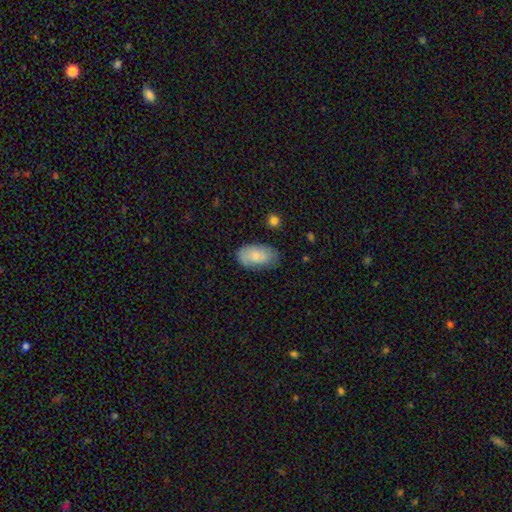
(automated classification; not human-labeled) Smooth or featured? smooth (77%)
How rounded? in between (94%)
Merging? none (66%)